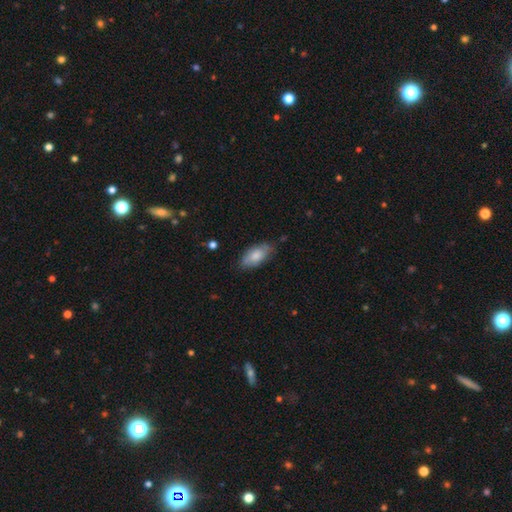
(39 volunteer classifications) smooth_or_featured: smooth (p=0.69) [alt: featured or disk p=0.28]
how_rounded: in between (p=0.96) [alt: cigar-shaped p=0.04]
merging: none (p=0.76) [alt: minor disturbance p=0.18]